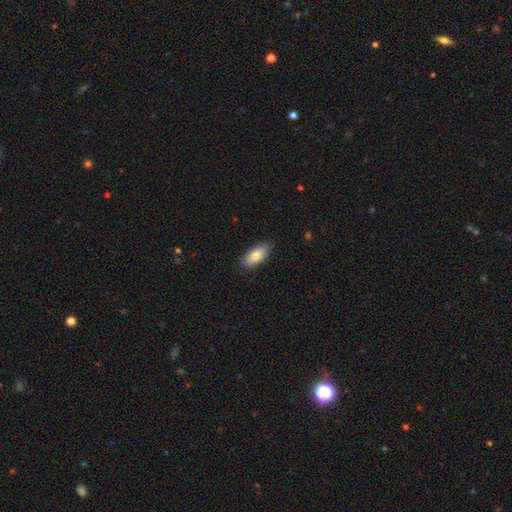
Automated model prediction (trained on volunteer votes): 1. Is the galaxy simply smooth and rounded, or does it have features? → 80% smooth, 13% featured or disk, 6% star or artifact.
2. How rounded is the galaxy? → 89% in between, 9% cigar-shaped, 2% round.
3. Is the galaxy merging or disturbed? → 83% none, 14% minor disturbance, 2% major disturbance, 1% merger.